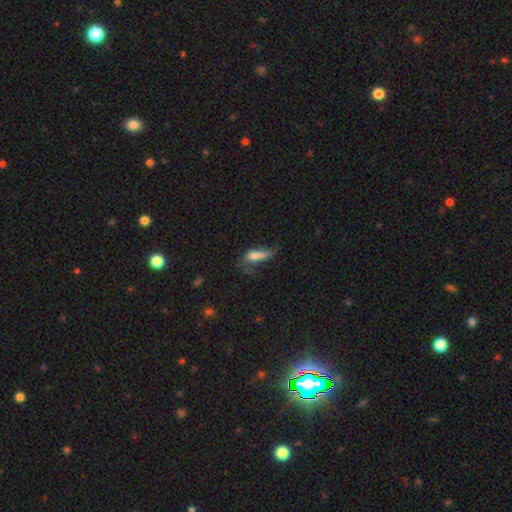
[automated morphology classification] type=smooth (60%); roundness=in between (58%); merging=major disturbance (45%).